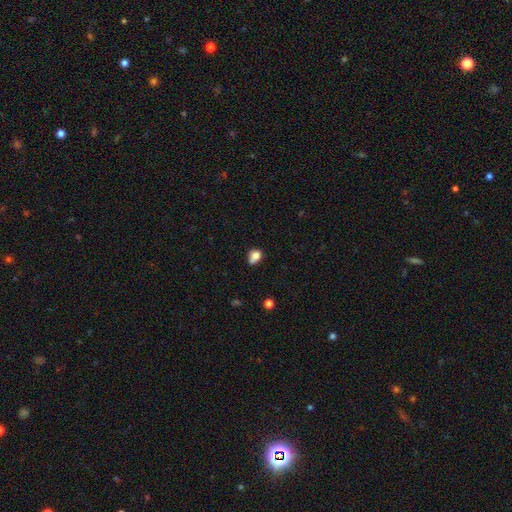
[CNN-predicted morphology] A smooth galaxy with no disk features (79%) that is round (50%). Merging: none (47%).